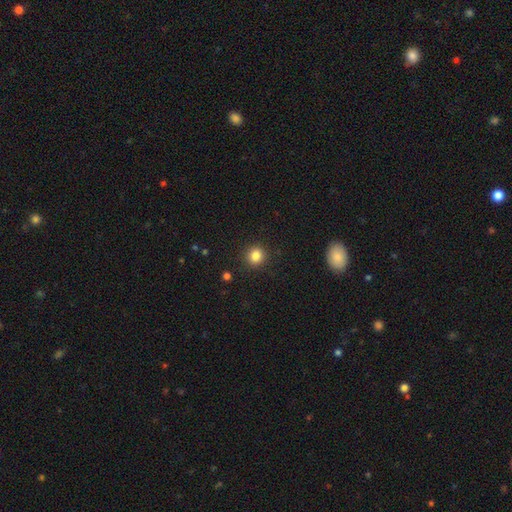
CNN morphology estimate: Smooth or featured? Predicted: smooth (p=0.84). How rounded? Predicted: round (p=0.85). Merging? Predicted: none (p=0.90).